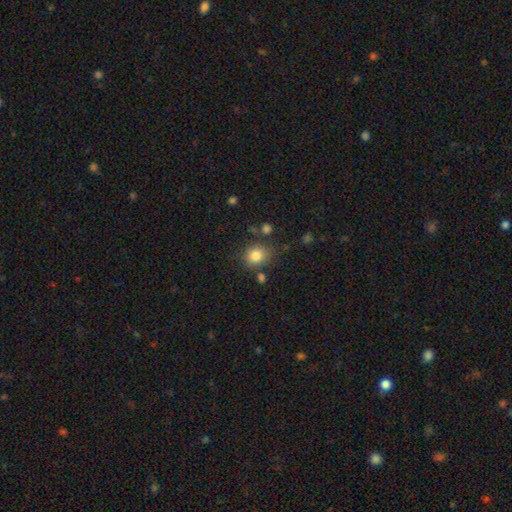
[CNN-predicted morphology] smooth_or_featured: smooth (p=0.83) [alt: star or artifact p=0.11]
how_rounded: round (p=0.72) [alt: in between p=0.28]
merging: none (p=0.75) [alt: minor disturbance p=0.14]